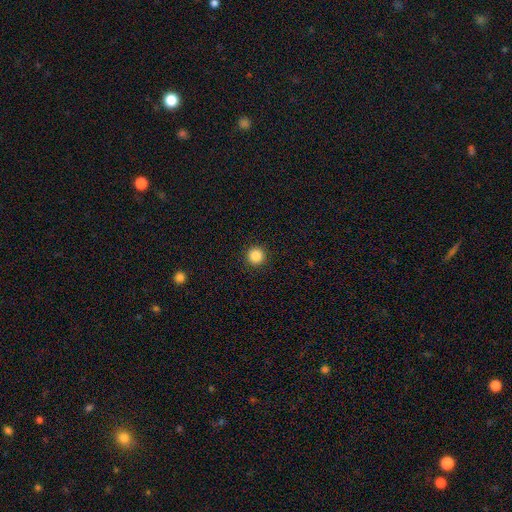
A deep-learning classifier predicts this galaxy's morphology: Overall: smooth (87%). How rounded: round (96%). Merging: none (93%).